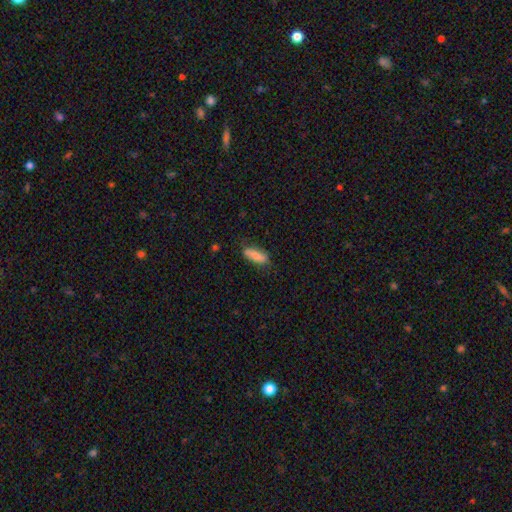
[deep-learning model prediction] Smooth or featured: smooth — 82% (featured or disk — 11%)
How rounded: in between — 65% (cigar-shaped — 33%)
Merging: none — 74% (minor disturbance — 20%)